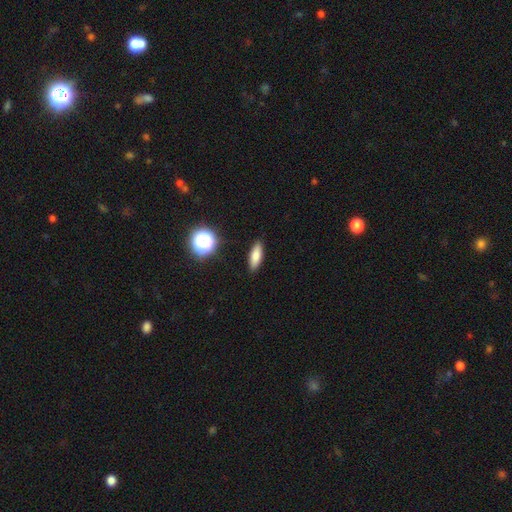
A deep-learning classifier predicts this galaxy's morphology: Smooth or featured? smooth (79%)
How rounded? in between (59%)
Merging? none (89%)